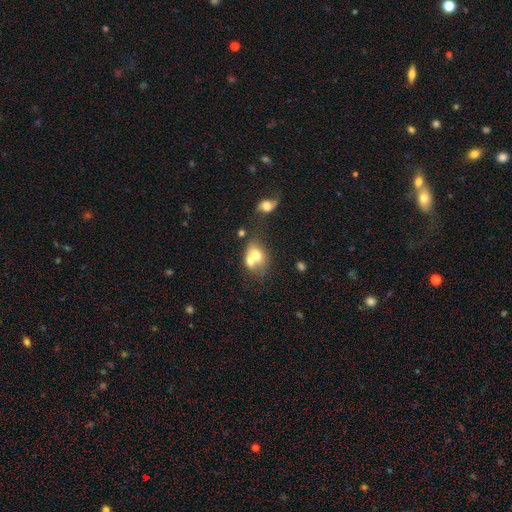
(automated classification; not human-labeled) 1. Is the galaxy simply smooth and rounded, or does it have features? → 62% smooth, 28% featured or disk, 10% star or artifact.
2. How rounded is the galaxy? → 65% in between, 34% round, 1% cigar-shaped.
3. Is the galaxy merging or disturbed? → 61% merger, 23% none, 9% minor disturbance, 6% major disturbance.